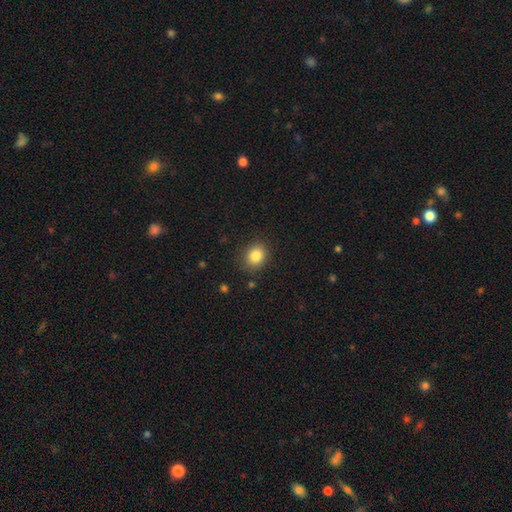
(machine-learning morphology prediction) Smooth or featured? Predicted: smooth (p=0.84). How rounded? Predicted: round (p=0.60). Merging? Predicted: none (p=0.83).